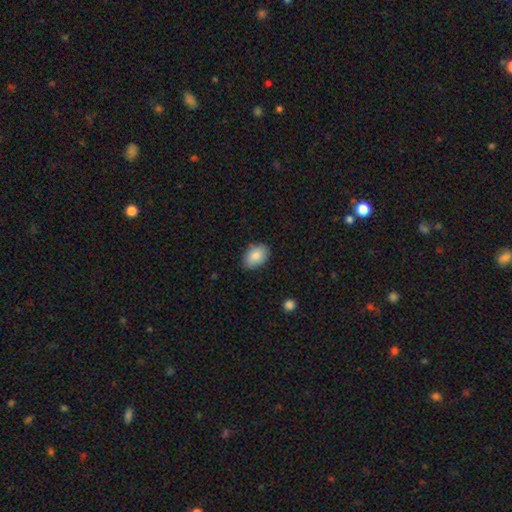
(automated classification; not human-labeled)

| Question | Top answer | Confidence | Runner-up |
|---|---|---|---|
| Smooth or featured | smooth | 85% | featured or disk (8%) |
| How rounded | in between | 84% | round (14%) |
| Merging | none | 82% | minor disturbance (14%) |